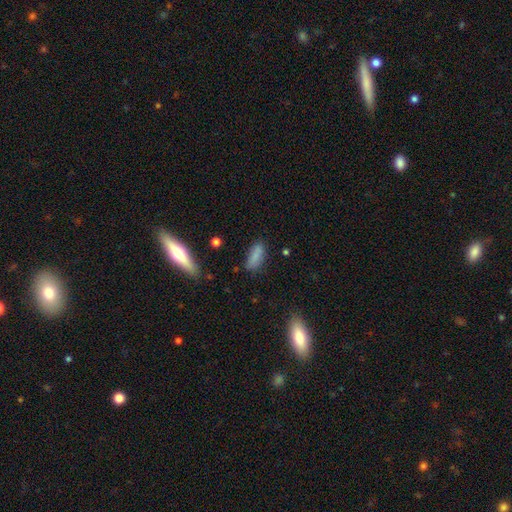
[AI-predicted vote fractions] Smooth or featured? Predicted: smooth (p=0.83). How rounded? Predicted: in between (p=0.69). Merging? Predicted: none (p=0.72).